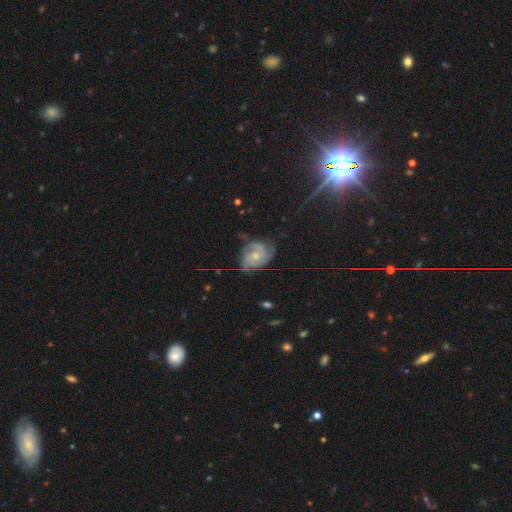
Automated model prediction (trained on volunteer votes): Q: Smooth or featured?
A: featured or disk (78%); runner-up: smooth (15%)
Q: Edge-on disk?
A: no (98%); runner-up: yes (2%)
Q: Bar?
A: no (74%); runner-up: weak (23%)
Q: Spiral arms?
A: yes (94%); runner-up: no (6%)
Q: Spiral winding?
A: tight (52%); runner-up: medium (37%)
Q: Spiral arm count?
A: 2 (37%); runner-up: 3 (25%)
Q: Bulge size?
A: small (57%); runner-up: moderate (39%)
Q: Merging?
A: none (63%); runner-up: minor disturbance (25%)